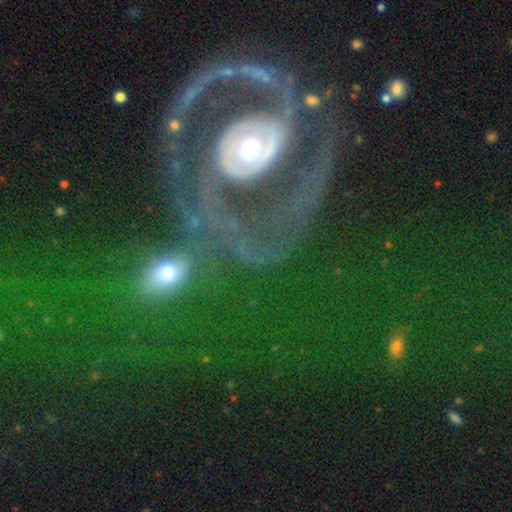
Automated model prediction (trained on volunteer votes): A featured or disk galaxy (60%) with no bar (67%), spiral arms (67%) and a moderate central bulge (58%). Merging: none (50%).